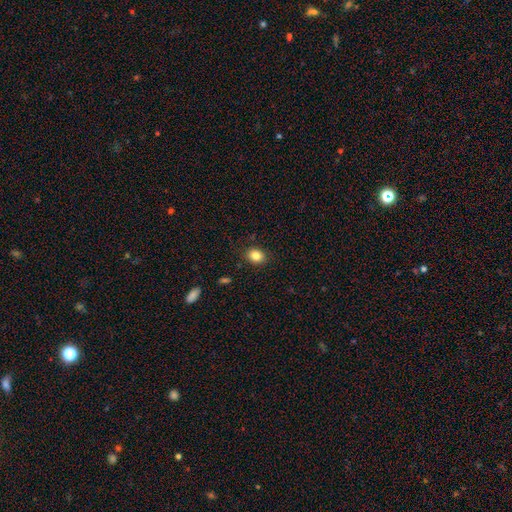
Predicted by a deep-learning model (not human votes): A smooth galaxy with no disk features (83%) that is in between round and cigar-shaped (53%).

Vote fractions:
- Smooth or featured? smooth: 83% / star or artifact: 10% / featured or disk: 7%
- How rounded? in between: 53% / round: 46% / cigar-shaped: 1%
- Merging? none: 87% / minor disturbance: 9% / major disturbance: 2% / merger: 1%